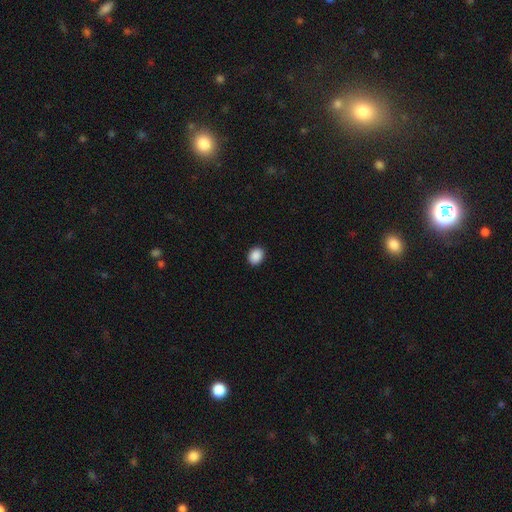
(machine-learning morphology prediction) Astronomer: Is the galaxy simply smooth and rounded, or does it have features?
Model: smooth — 90%.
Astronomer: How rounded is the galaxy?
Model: round — 50% (runner-up: in between, 49%).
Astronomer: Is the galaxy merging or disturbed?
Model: none — 91%.